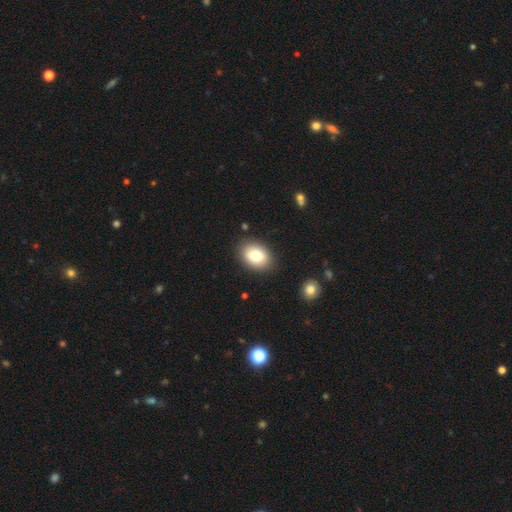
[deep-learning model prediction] Smooth or featured: smooth — 80% (featured or disk — 12%)
How rounded: in between — 73% (round — 26%)
Merging: none — 87% (minor disturbance — 9%)